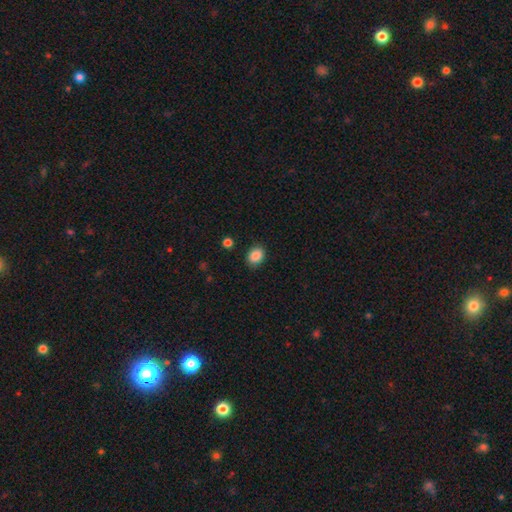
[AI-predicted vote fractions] The model was most divided on "how rounded": in between: 57%, round: 42%, cigar-shaped: 1%. More confident: smooth or featured — smooth (87%); merging — none (86%).